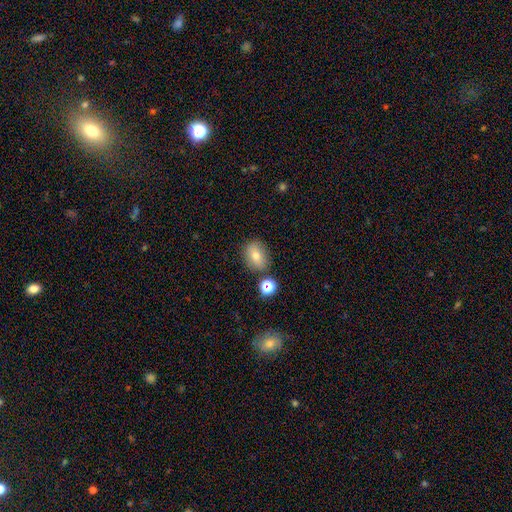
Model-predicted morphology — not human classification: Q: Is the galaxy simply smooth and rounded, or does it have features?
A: smooth — 71%.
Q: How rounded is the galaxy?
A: in between — 55%.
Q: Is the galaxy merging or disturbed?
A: none — 79%.